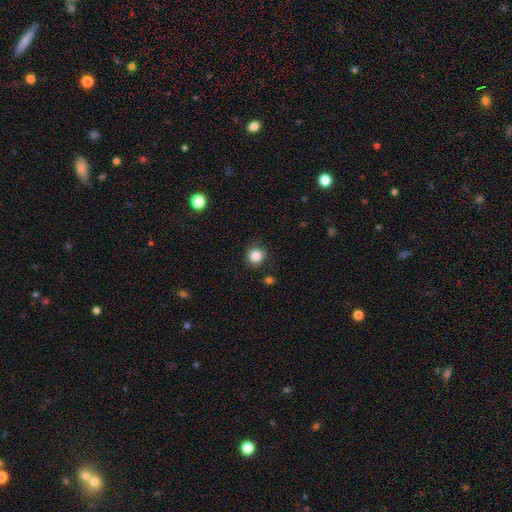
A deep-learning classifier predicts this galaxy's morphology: This appears to be a smooth galaxy with no disk features (85%) that is round (91%). Merging: none (87%).